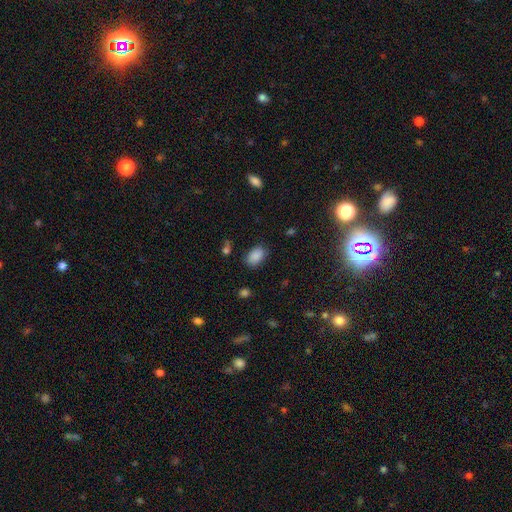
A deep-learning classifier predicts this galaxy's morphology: The model was most divided on "merging": none: 81%, minor disturbance: 14%, major disturbance: 4%, merger: 2%. More confident: how rounded — in between (89%); smooth or featured — smooth (88%).